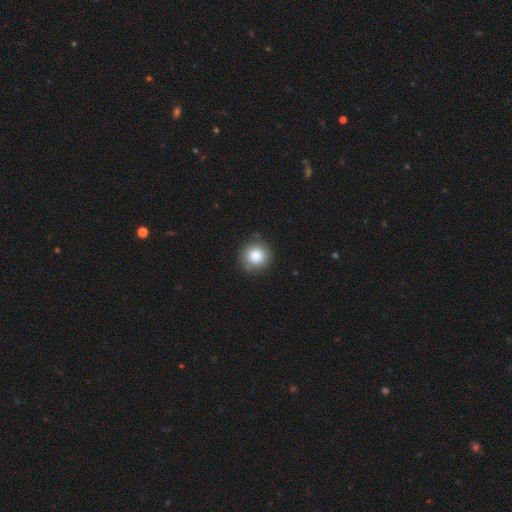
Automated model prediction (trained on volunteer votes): smooth 85%, star or artifact 9%, featured or disk 6%. Down the decision tree: how rounded — round (93%); merging — none (87%).